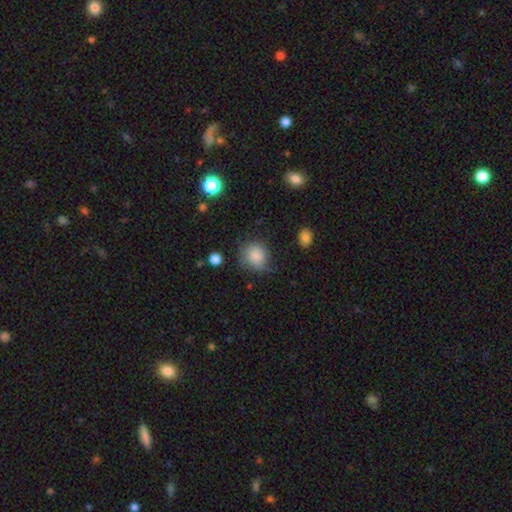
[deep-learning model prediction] This is clearly a smooth galaxy (82%). How rounded: likely round (77%). Merging: possibly none (58%).